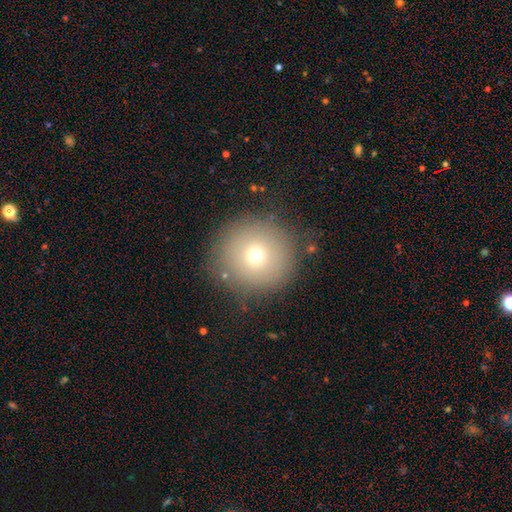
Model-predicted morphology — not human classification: Smooth or featured? Predicted: smooth (p=0.69). How rounded? Predicted: round (p=0.96). Merging? Predicted: none (p=0.84).